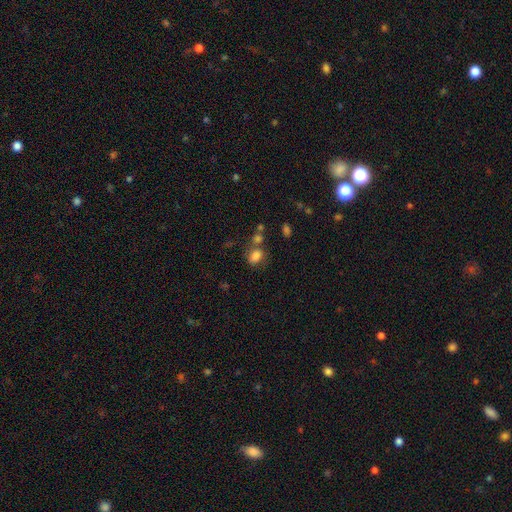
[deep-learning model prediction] Smooth or featured? Predicted: smooth (p=0.80). How rounded? Predicted: in between (p=0.70). Merging? Predicted: none (p=0.56).